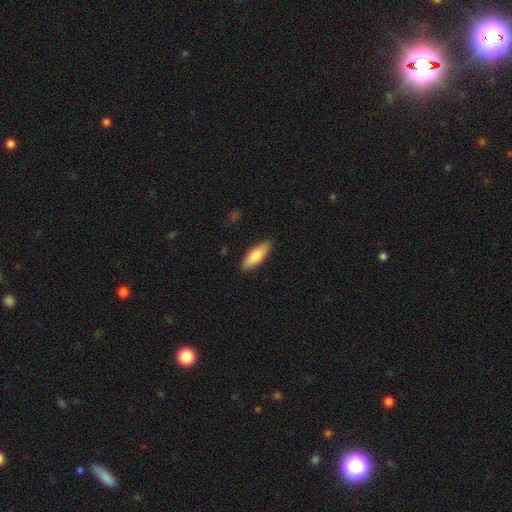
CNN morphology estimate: The model was most divided on "how rounded": in between: 63%, cigar-shaped: 36%, round: 2%. More confident: merging — none (86%); smooth or featured — smooth (82%).